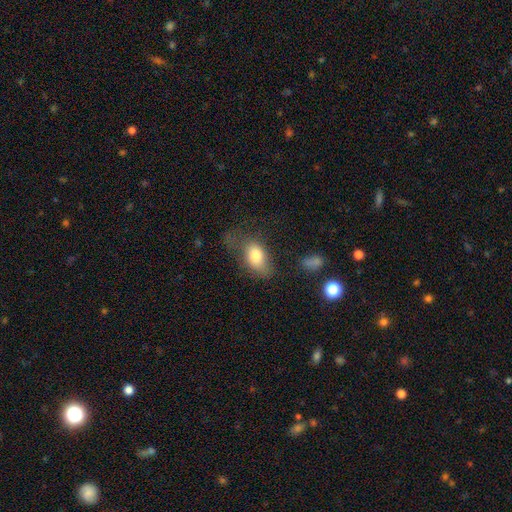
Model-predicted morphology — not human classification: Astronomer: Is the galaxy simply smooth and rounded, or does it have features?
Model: smooth — 78%.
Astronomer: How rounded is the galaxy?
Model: in between — 87%.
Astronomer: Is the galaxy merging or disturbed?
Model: none — 39% (runner-up: major disturbance, 28%).